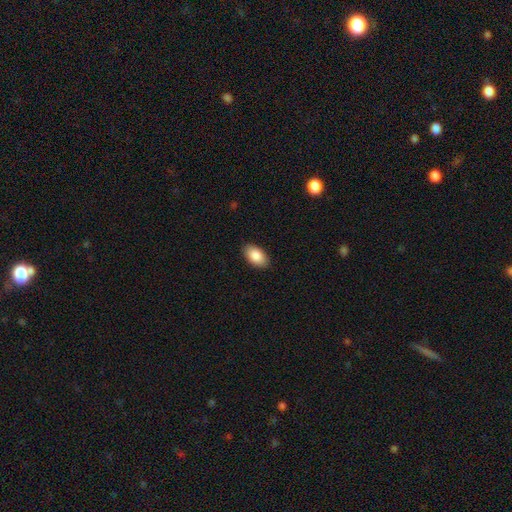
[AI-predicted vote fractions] A smooth galaxy with no disk features (87%) that is in between round and cigar-shaped (94%).

Vote fractions:
- Smooth or featured? smooth: 87% / star or artifact: 7% / featured or disk: 6%
- How rounded? in between: 94% / round: 4% / cigar-shaped: 2%
- Merging? none: 89% / minor disturbance: 8% / major disturbance: 2% / merger: 1%